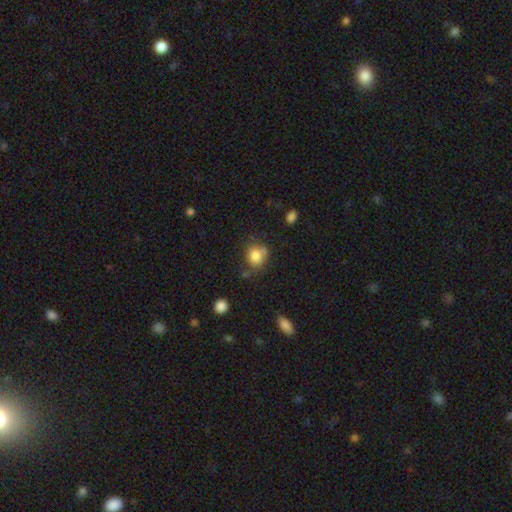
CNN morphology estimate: This appears to be a smooth galaxy with no disk features (82%) that is round (71%). Merging: none (59%).